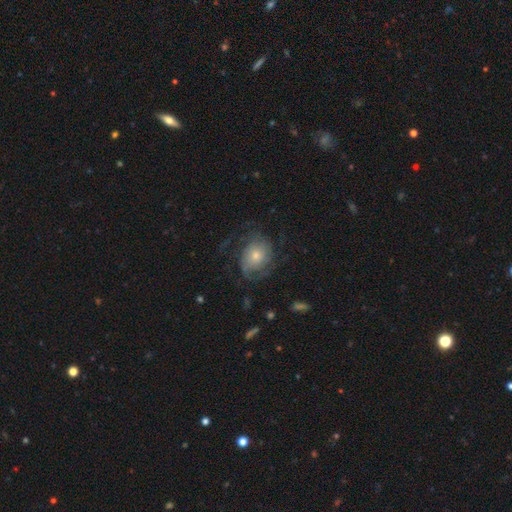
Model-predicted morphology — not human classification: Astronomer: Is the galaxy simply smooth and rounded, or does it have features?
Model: featured or disk — 64%.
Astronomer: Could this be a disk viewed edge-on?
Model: no — 97%.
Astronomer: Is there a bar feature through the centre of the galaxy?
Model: no — 78%.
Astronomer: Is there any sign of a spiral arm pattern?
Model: yes — 85%.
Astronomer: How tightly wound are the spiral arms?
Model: medium — 40% (runner-up: loose, 30%).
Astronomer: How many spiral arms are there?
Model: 2 — 45% (runner-up: can't tell, 25%).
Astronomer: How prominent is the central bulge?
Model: small — 48% (runner-up: moderate, 39%).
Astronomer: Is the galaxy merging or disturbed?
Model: none — 56%.